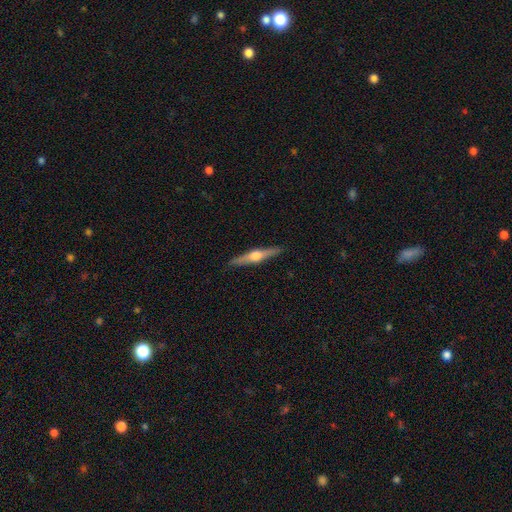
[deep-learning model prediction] This appears to be a featured or disk galaxy (67%) viewed edge-on (97%) with a rounded central bulge (94%). Merging: none (91%).